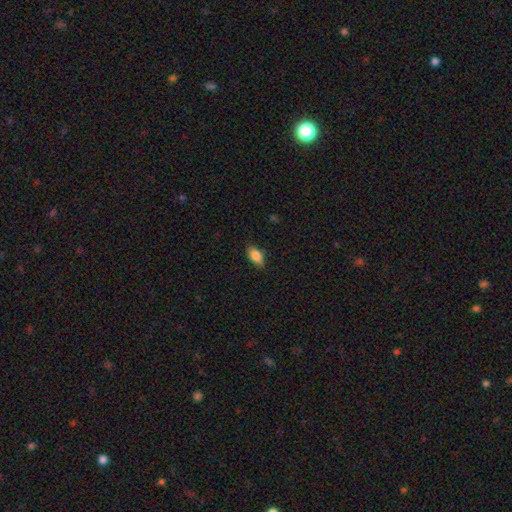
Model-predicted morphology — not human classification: This appears to be a smooth galaxy with no disk features (83%) that is in between round and cigar-shaped (90%). Merging: none (84%).